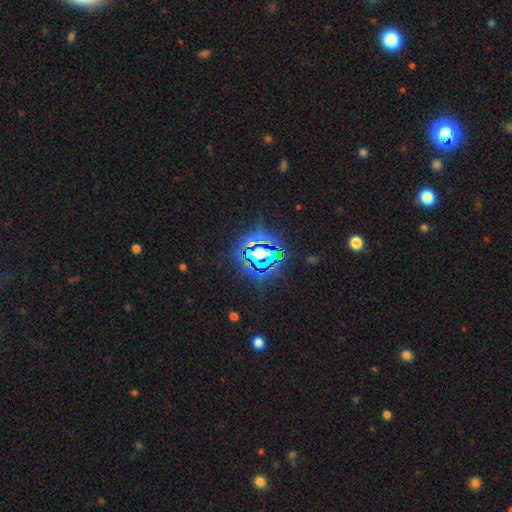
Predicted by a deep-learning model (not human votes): This appears to be a star or artifact, not a galaxy (78%).